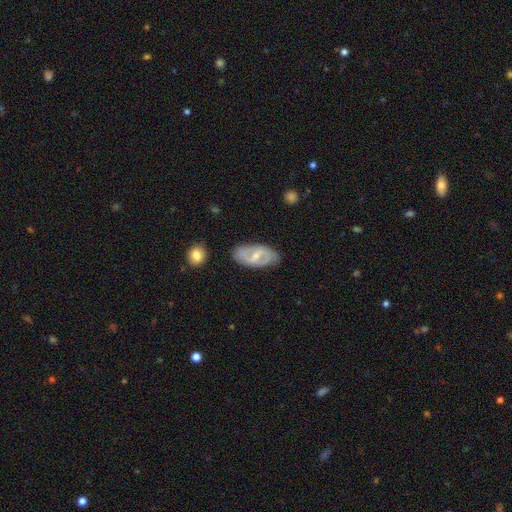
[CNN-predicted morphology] This is likely a featured or disk galaxy (67%). It is clearly not viewed edge-on (93%). Bar: possibly weak (50%). Spiral arm pattern: likely yes (76%). Central bulge: possibly small (51%). Merging: clearly none (81%).